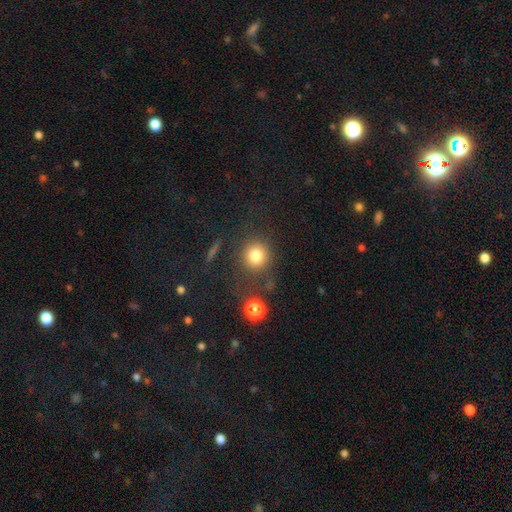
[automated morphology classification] Smooth or featured: smooth — 80% (star or artifact — 12%)
How rounded: round — 89% (in between — 10%)
Merging: none — 75% (minor disturbance — 12%)